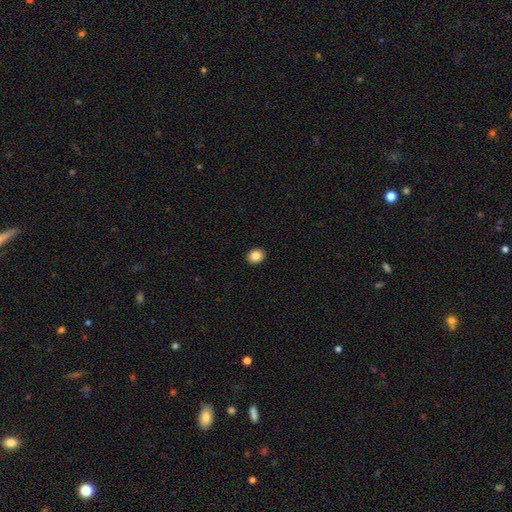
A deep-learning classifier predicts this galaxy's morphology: Smooth or featured: smooth — 85% (star or artifact — 9%)
How rounded: round — 57% (in between — 42%)
Merging: none — 92% (minor disturbance — 5%)